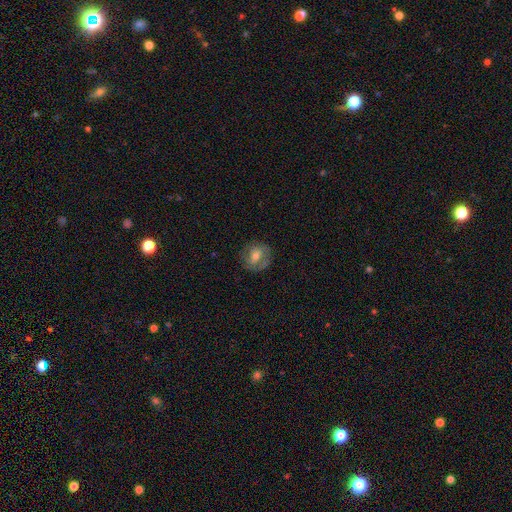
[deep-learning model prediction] Overall: smooth (49%; featured or disk 42%). Merging: none (75%).